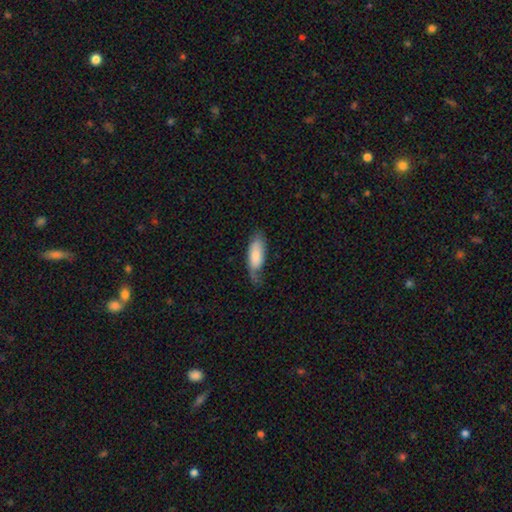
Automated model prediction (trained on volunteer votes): The model was most divided on "merging": none: 48%, minor disturbance: 35%, major disturbance: 15%, merger: 2%. More confident: how rounded — in between (75%); smooth or featured — smooth (72%).